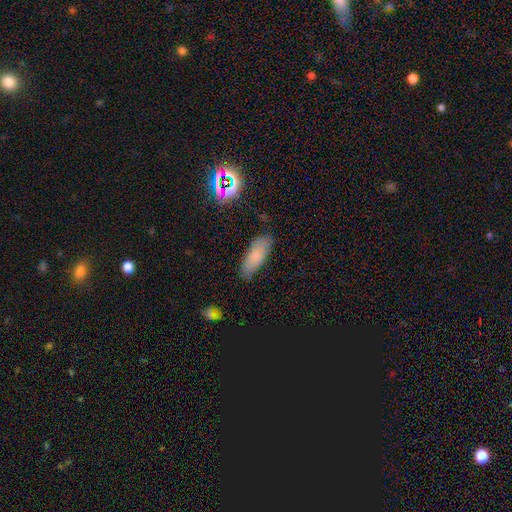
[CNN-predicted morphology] This appears to be a smooth galaxy with no disk features (76%) that is in between round and cigar-shaped (69%). Merging: none (82%).